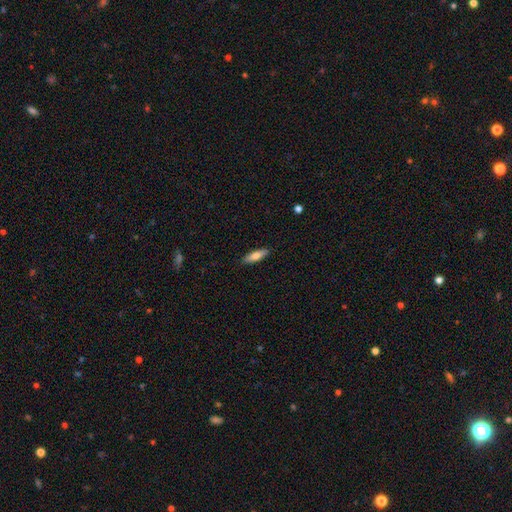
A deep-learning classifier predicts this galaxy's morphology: type=smooth (68%); roundness=cigar-shaped (61%); merging=none (89%).